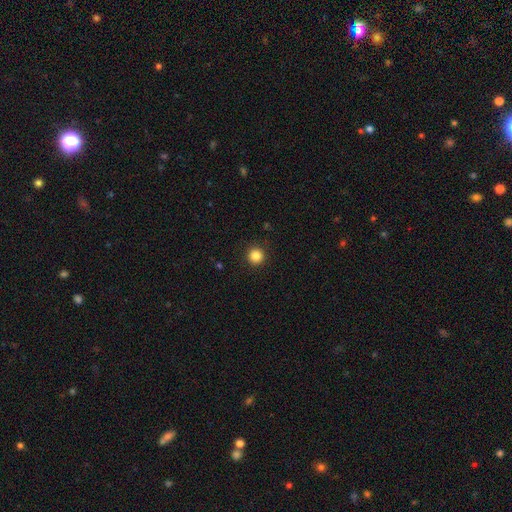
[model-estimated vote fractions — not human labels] Overall: smooth (85%). How rounded: round (95%). Merging: none (92%).